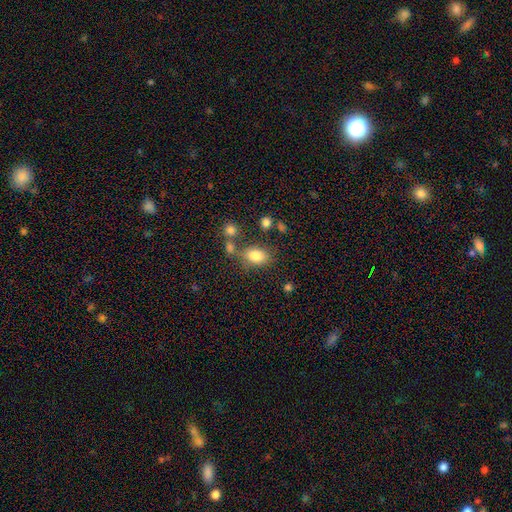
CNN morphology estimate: Smooth or featured: smooth — 80% (star or artifact — 10%)
How rounded: in between — 77% (round — 22%)
Merging: none — 65% (minor disturbance — 16%)